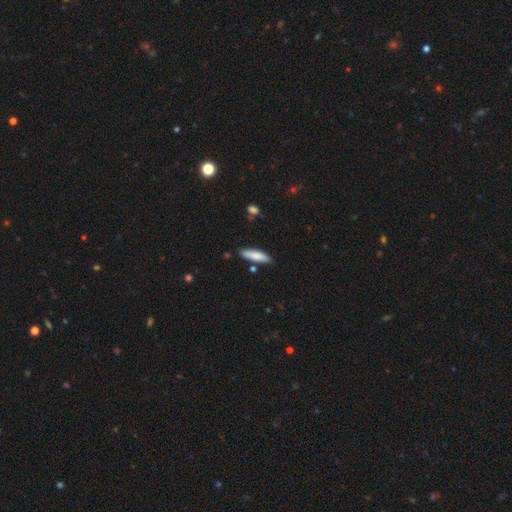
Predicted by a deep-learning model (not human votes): The model was most divided on "how rounded": cigar-shaped: 68%, in between: 30%, round: 2%. More confident: merging — none (81%); smooth or featured — smooth (80%).